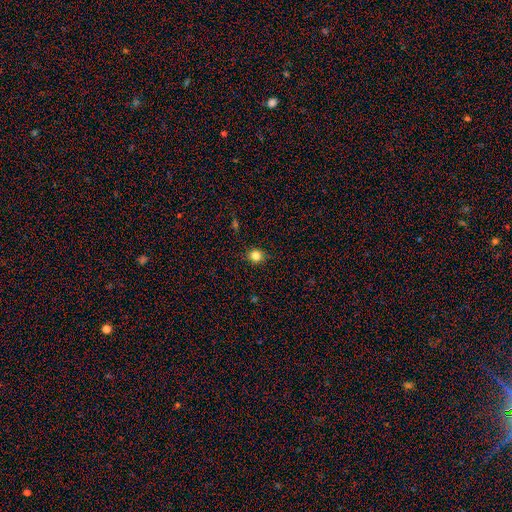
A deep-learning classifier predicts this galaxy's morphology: Smooth or featured? smooth (82%)
How rounded? round (83%)
Merging? none (88%)